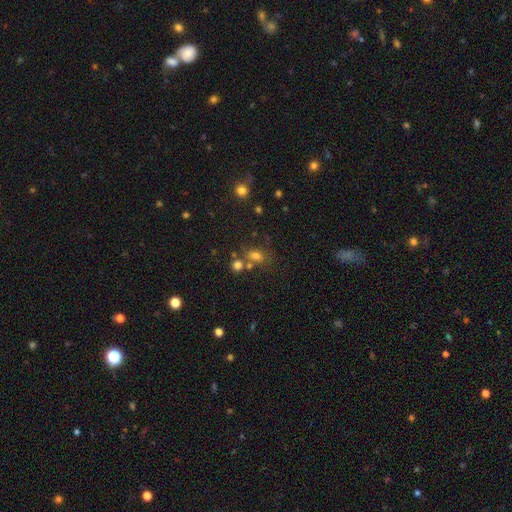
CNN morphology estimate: Smooth or featured: smooth — 69% (star or artifact — 20%)
How rounded: in between — 68% (round — 29%)
Merging: none — 51% (merger — 26%)